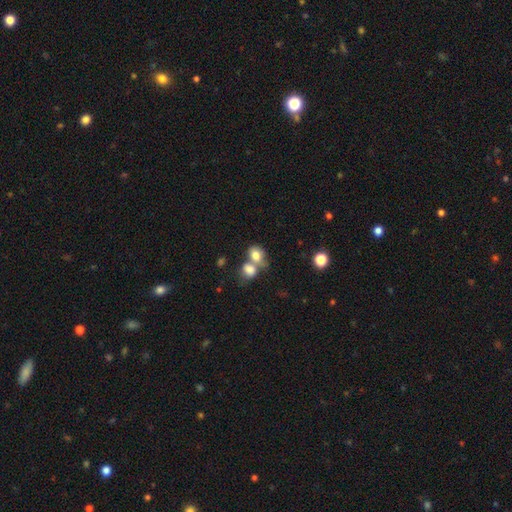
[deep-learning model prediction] The model was most divided on "how rounded": in between: 54%, round: 45%, cigar-shaped: 1%. More confident: smooth or featured — smooth (79%); merging — merger (57%).